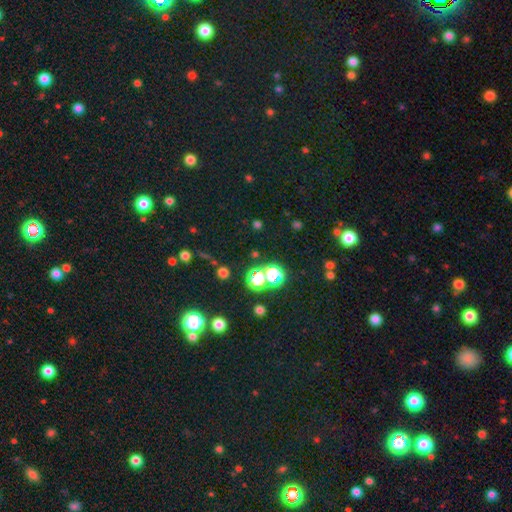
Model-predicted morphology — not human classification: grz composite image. It shows a star or artifact, not a galaxy (61%).